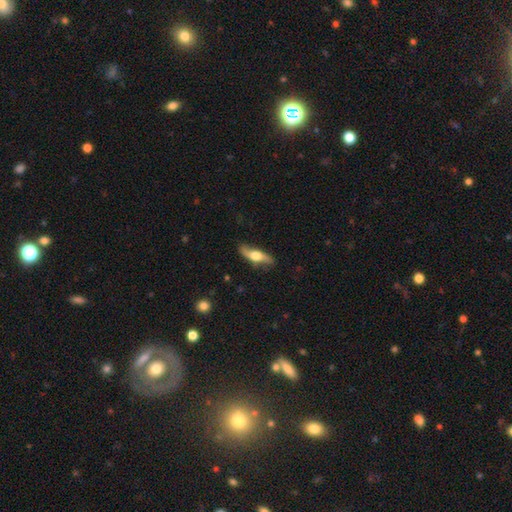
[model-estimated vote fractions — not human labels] smooth-or-featured: featured or disk: 54% | smooth: 40% | star or artifact: 5%
  disk-edge-on: yes: 63% | no: 37%
  merging: none: 80% | minor disturbance: 15% | major disturbance: 3% | merger: 1%